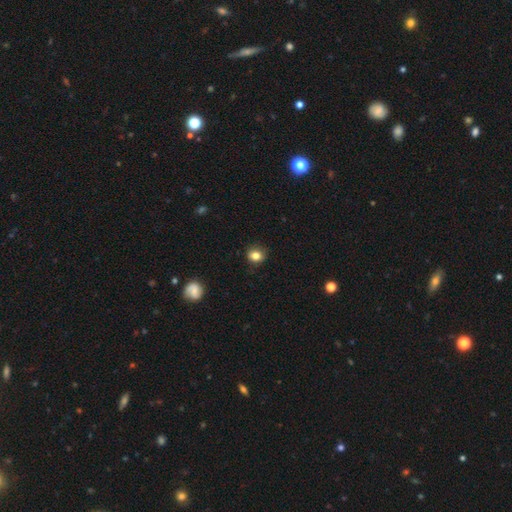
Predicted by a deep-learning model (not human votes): Morphology: type=smooth (82%); roundness=round (67%); merging=none (79%).